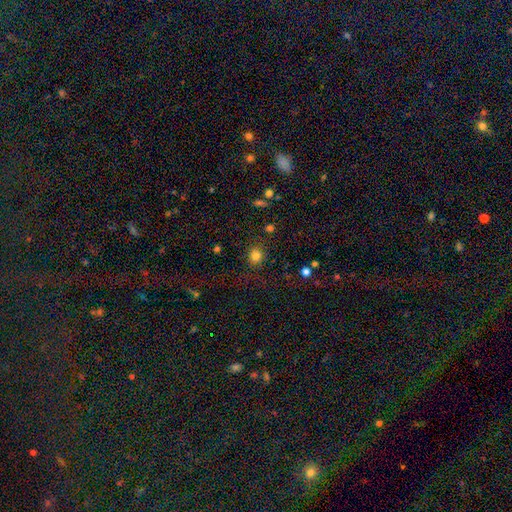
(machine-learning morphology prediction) This is clearly a smooth galaxy (81%). How rounded: clearly round (86%). Merging: clearly none (84%).